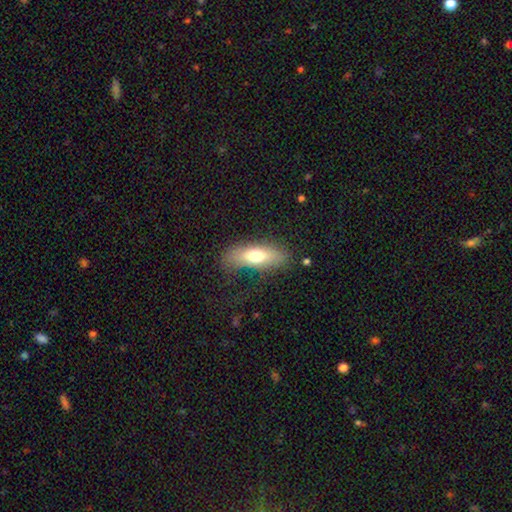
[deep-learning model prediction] smooth 69%, featured or disk 24%, star or artifact 7%. Down the decision tree: how rounded — in between (66%); merging — none (75%).